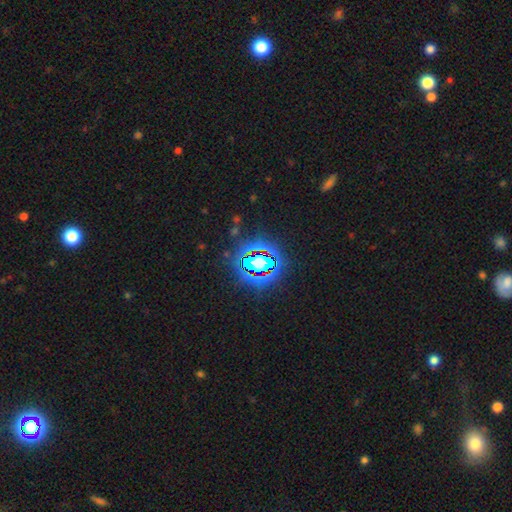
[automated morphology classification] The model was most divided on "smooth or featured": star or artifact: 79%, smooth: 13%, featured or disk: 8%.